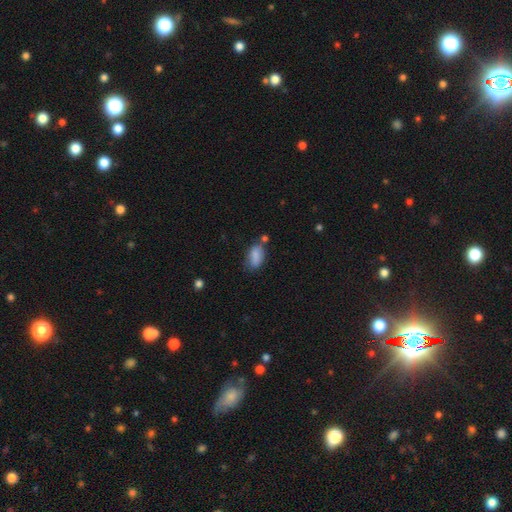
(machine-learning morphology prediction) Smooth or featured: smooth — 83% (featured or disk — 9%)
How rounded: in between — 89% (cigar-shaped — 6%)
Merging: none — 57% (minor disturbance — 24%)